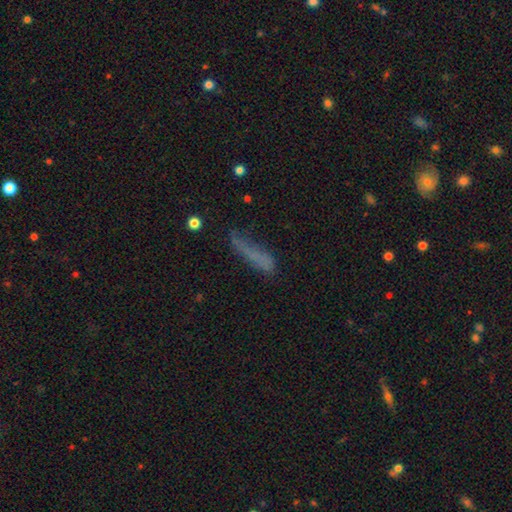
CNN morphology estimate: Q: Smooth or featured?
A: smooth (60%); runner-up: featured or disk (25%)
Q: How rounded?
A: cigar-shaped (77%); runner-up: in between (21%)
Q: Merging?
A: none (44%); runner-up: minor disturbance (29%)